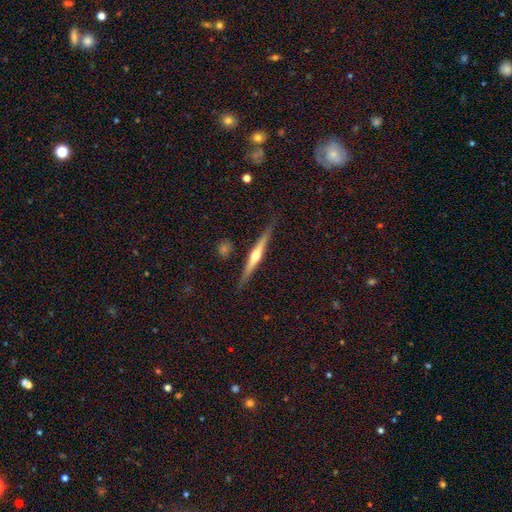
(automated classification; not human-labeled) A featured or disk galaxy (71%) viewed edge-on (97%) with a rounded central bulge (86%). Merging: none (85%).